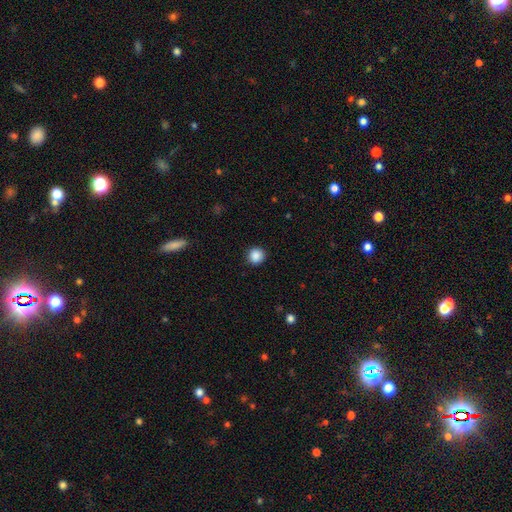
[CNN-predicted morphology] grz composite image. It shows a smooth galaxy with no disk features (88%) that is round (93%). Merging: none (91%).